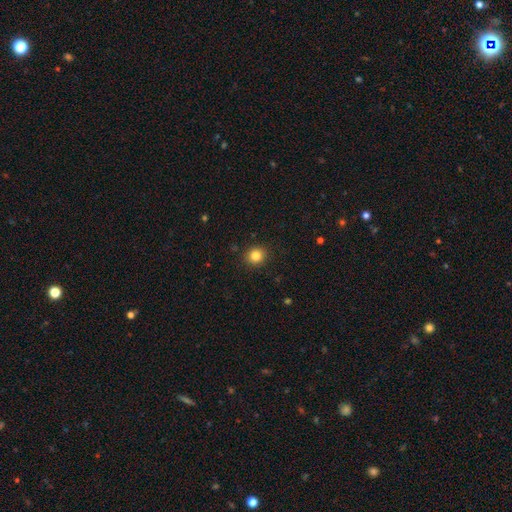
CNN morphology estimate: This is clearly a smooth galaxy (83%). How rounded: clearly round (89%). Merging: clearly none (91%).